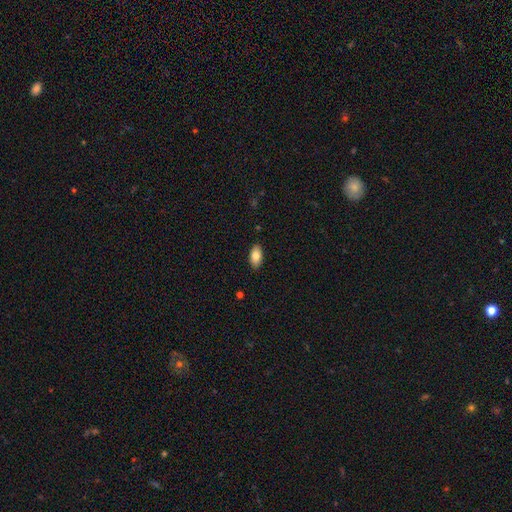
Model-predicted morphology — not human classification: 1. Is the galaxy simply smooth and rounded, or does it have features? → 80% smooth, 13% featured or disk, 7% star or artifact.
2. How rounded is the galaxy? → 93% in between, 4% cigar-shaped, 3% round.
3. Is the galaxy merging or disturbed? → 89% none, 9% minor disturbance, 2% major disturbance, 1% merger.